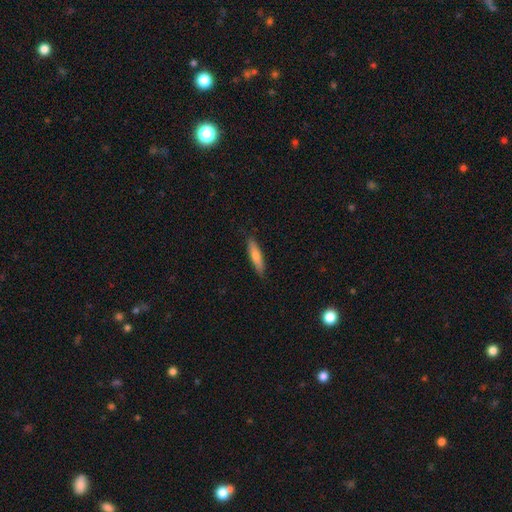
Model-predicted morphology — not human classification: type=smooth (74%); roundness=cigar-shaped (78%); merging=none (86%).